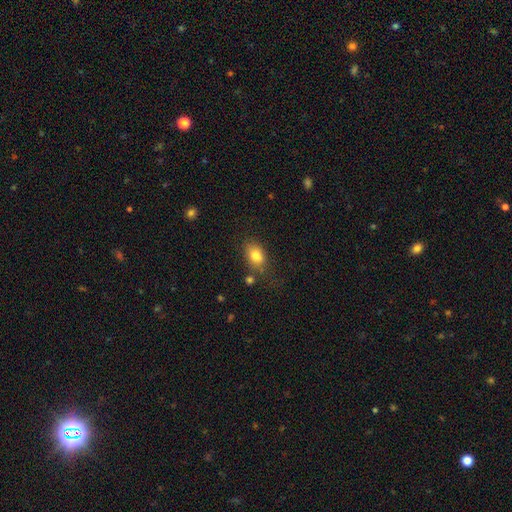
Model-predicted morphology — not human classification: type=smooth (81%); roundness=in between (75%); merging=none (69%).